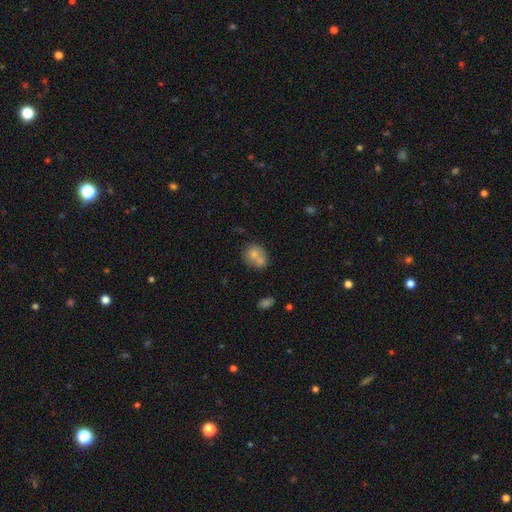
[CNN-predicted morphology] smooth-or-featured: smooth: 73% | featured or disk: 18% | star or artifact: 9%
  how-rounded: round: 64% | in between: 35% | cigar-shaped: 1%
  merging: merger: 52% | none: 35% | minor disturbance: 10% | major disturbance: 4%